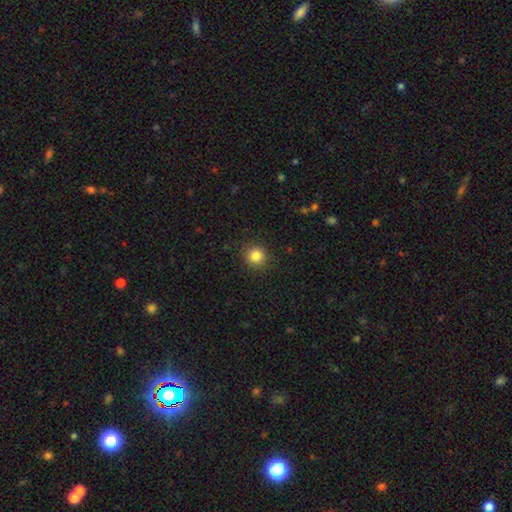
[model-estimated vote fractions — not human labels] smooth-or-featured: smooth: 84% | star or artifact: 11% | featured or disk: 5%
  how-rounded: round: 92% | in between: 7% | cigar-shaped: 1%
  merging: none: 91% | minor disturbance: 6% | major disturbance: 2% | merger: 1%